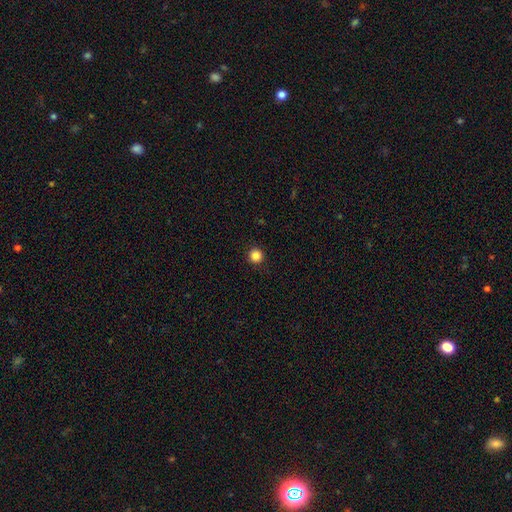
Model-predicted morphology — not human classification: A smooth galaxy with no disk features (85%) that is round (96%).

Vote fractions:
- Smooth or featured? smooth: 85% / star or artifact: 11% / featured or disk: 3%
- How rounded? round: 96% / in between: 3% / cigar-shaped: 1%
- Merging? none: 93% / minor disturbance: 5% / major disturbance: 2% / merger: 1%